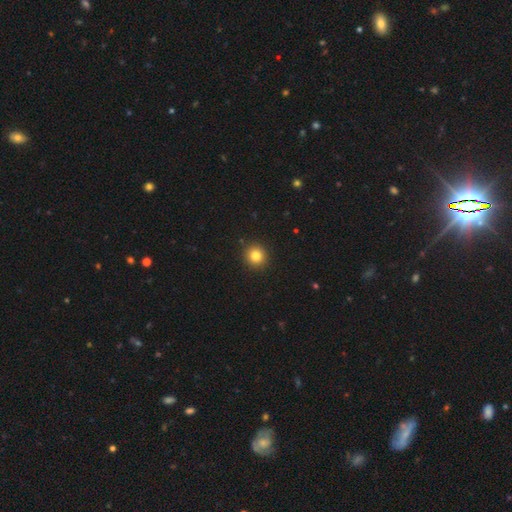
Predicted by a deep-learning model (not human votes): Overall: smooth (83%). How rounded: round (92%). Merging: none (92%).